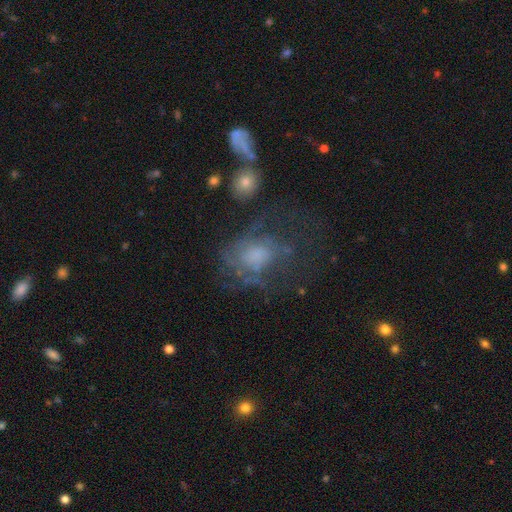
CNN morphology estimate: Smooth or featured? Predicted: featured or disk (p=0.53). Edge-on disk? Predicted: no (p=0.96). Bar? Predicted: no (p=0.78). Spiral arms? Predicted: yes (p=0.57). Bulge size? Predicted: moderate (p=0.31). Merging? Predicted: none (p=0.41).